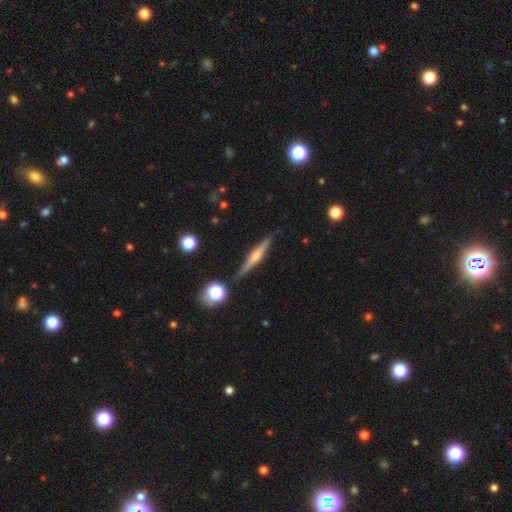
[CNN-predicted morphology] Overall: featured or disk (70%). Edge-on disk: yes (97%). Edge-on bulge: rounded (87%). Merging: none (87%).